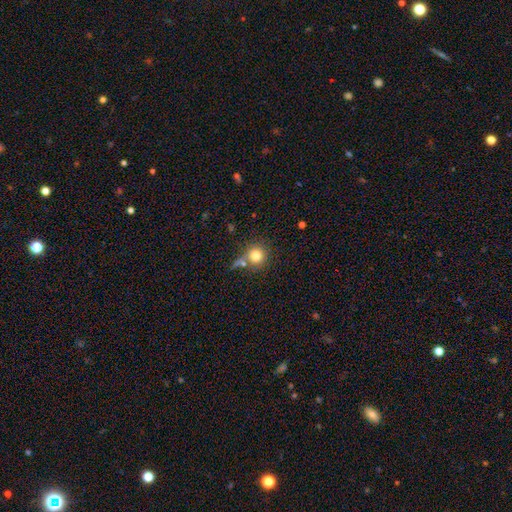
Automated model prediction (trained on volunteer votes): smooth 79%, star or artifact 11%, featured or disk 10%. Down the decision tree: how rounded — round (91%); merging — none (63%).